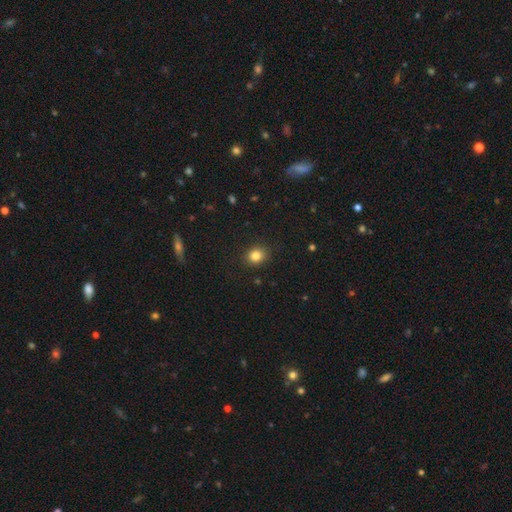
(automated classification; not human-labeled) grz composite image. It shows a smooth galaxy with no disk features (83%) that is round (69%). Merging: none (90%).